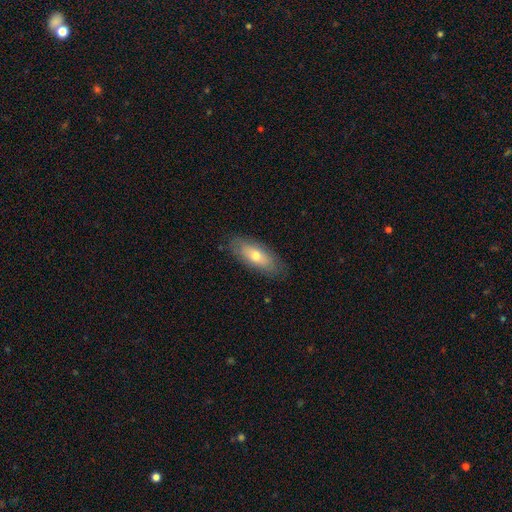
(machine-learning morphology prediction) smooth 63%, featured or disk 31%, star or artifact 6%. Down the decision tree: how rounded — in between (77%); merging — none (83%).